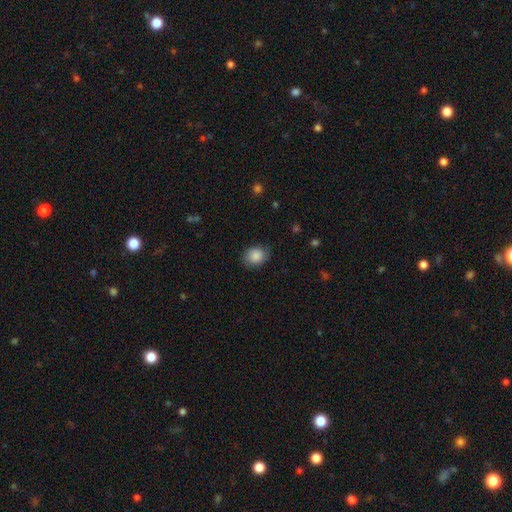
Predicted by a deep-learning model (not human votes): Morphology: type=smooth (85%); roundness=round (51%); merging=none (76%).